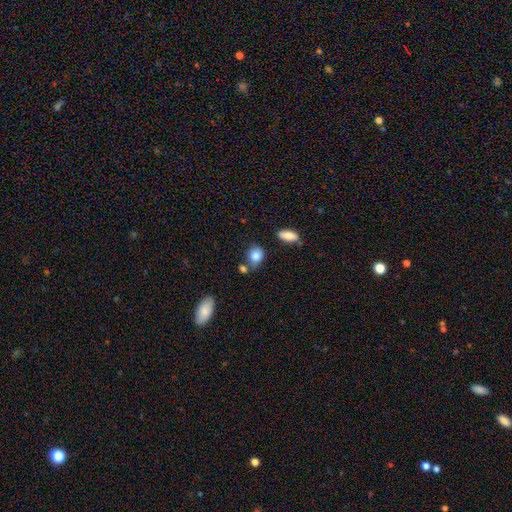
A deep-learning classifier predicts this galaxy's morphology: A smooth galaxy with no disk features (83%) that is round (53%).

Vote fractions:
- Smooth or featured? smooth: 83% / star or artifact: 9% / featured or disk: 7%
- How rounded? round: 53% / in between: 45% / cigar-shaped: 2%
- Merging? none: 59% / minor disturbance: 20% / merger: 16% / major disturbance: 5%